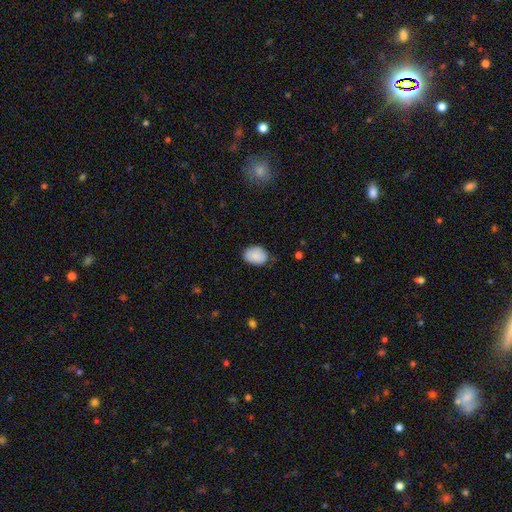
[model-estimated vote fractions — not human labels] smooth 88%, star or artifact 7%, featured or disk 6%. Down the decision tree: how rounded — in between (75%); merging — none (75%).